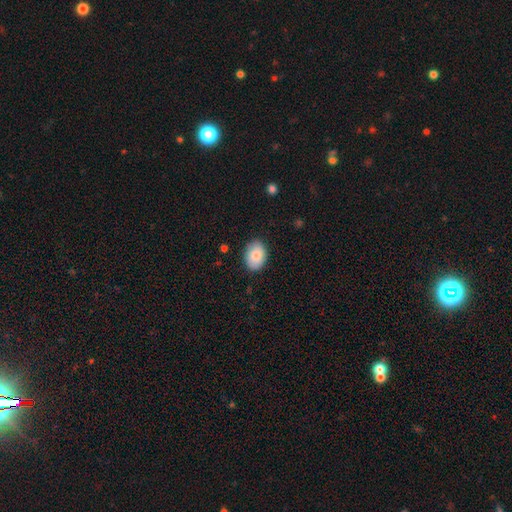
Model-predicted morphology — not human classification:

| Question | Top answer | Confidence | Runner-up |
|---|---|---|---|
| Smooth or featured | smooth | 84% | featured or disk (9%) |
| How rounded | in between | 80% | round (19%) |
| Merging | none | 86% | minor disturbance (11%) |